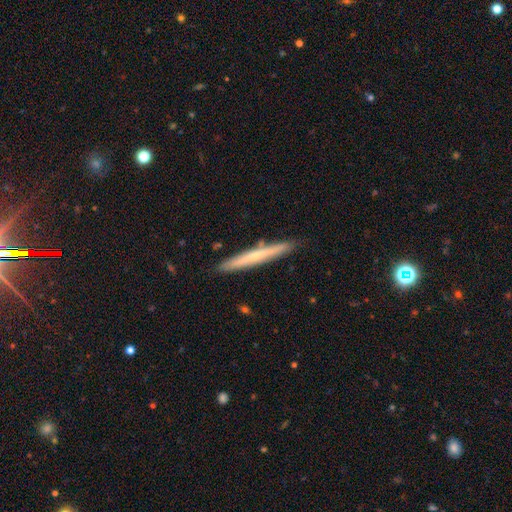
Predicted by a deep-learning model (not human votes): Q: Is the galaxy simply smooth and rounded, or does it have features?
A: featured or disk — 52%.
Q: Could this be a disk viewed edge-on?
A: yes — 95%.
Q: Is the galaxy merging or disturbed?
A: none — 87%.